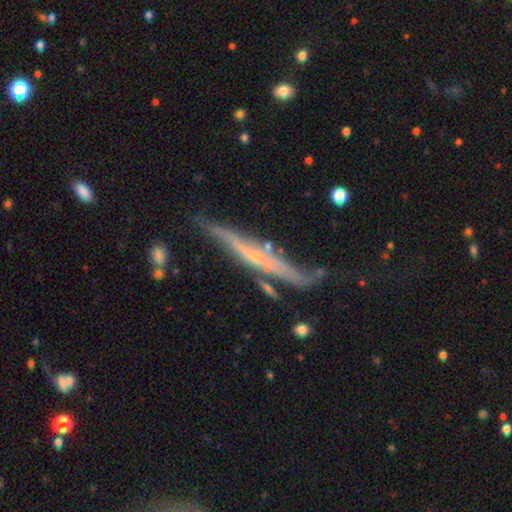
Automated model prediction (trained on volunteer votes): smooth-or-featured: featured or disk: 72% | smooth: 21% | star or artifact: 7%
  disk-edge-on: yes: 91% | no: 9%
    edge-on-bulge: none: 48% | rounded: 44% | boxy: 8%
  merging: none: 58% | minor disturbance: 26% | major disturbance: 10% | merger: 7%